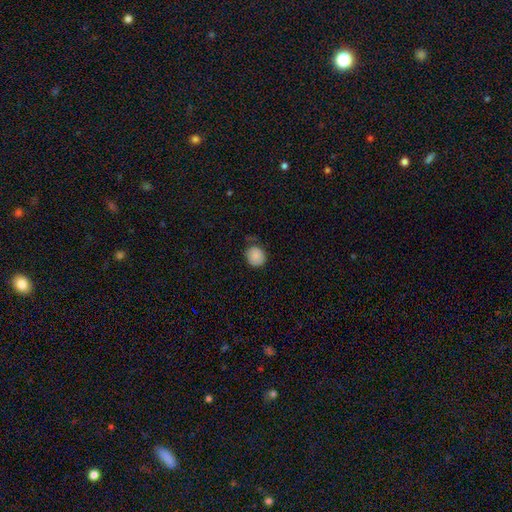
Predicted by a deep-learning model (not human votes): The model was most divided on "merging": none: 59%, minor disturbance: 30%, major disturbance: 9%, merger: 2%. More confident: smooth or featured — smooth (85%); how rounded — round (77%).